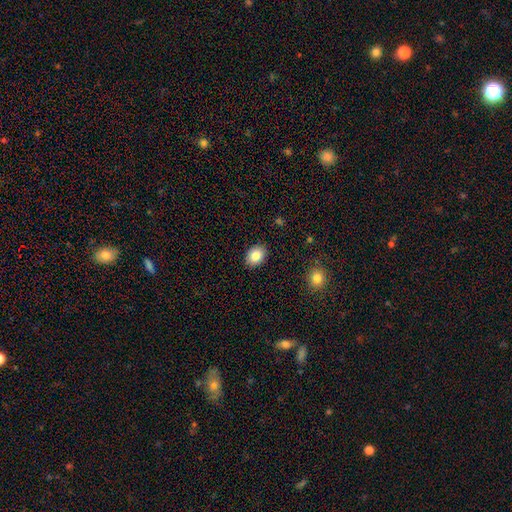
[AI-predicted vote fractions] smooth 85%, star or artifact 8%, featured or disk 7%. Down the decision tree: how rounded — in between (62%); merging — none (89%).